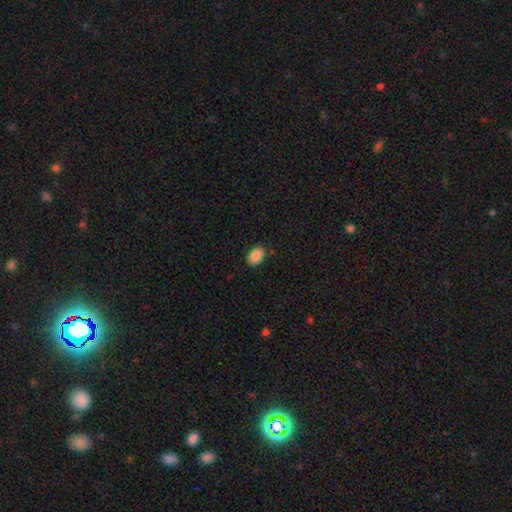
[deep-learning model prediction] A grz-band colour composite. It shows a smooth galaxy with no disk features (89%) that is in between round and cigar-shaped (82%). Merging: none (85%).